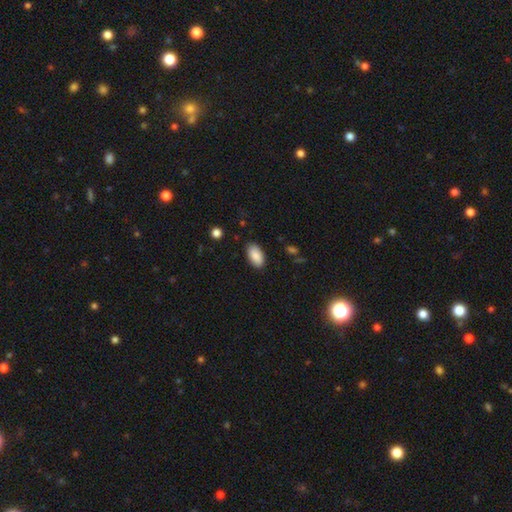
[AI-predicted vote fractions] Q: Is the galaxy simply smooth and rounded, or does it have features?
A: smooth — 88%.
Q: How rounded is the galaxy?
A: in between — 94%.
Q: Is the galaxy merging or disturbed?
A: none — 86%.